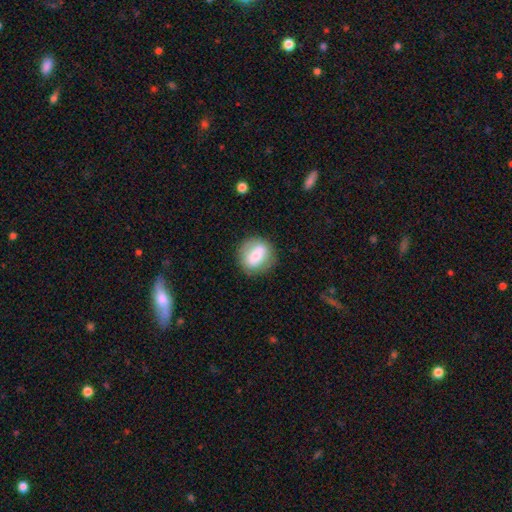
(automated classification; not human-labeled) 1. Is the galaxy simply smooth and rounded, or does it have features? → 64% smooth, 28% featured or disk, 8% star or artifact.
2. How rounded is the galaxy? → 74% round, 24% in between, 1% cigar-shaped.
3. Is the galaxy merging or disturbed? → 78% none, 14% minor disturbance, 5% major disturbance, 3% merger.